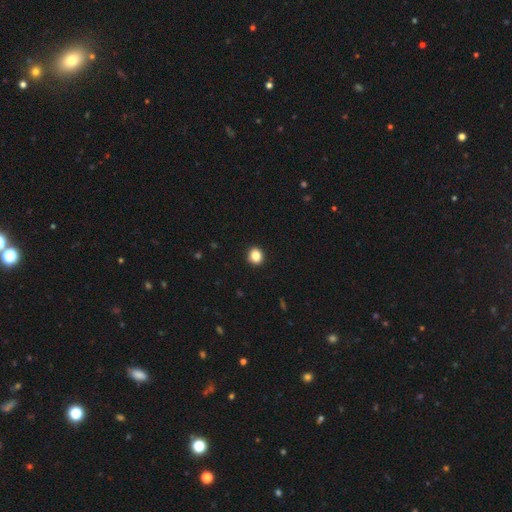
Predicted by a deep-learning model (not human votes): The model was most divided on "how rounded": round: 79%, in between: 20%, cigar-shaped: 1%. More confident: merging — none (92%); smooth or featured — smooth (86%).